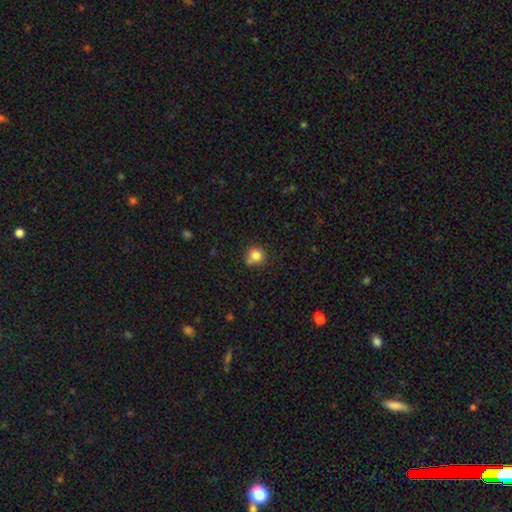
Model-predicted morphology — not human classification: smooth 82%, star or artifact 11%, featured or disk 7%. Down the decision tree: how rounded — round (88%); merging — none (69%).